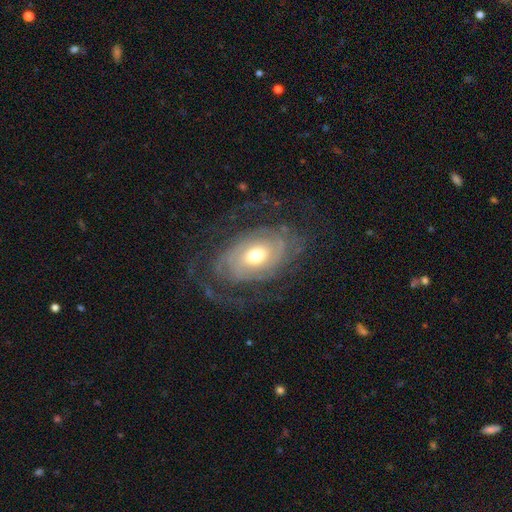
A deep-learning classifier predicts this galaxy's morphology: smooth_or_featured: featured or disk (p=0.83) [alt: smooth p=0.12]
disk_edge_on: no (p=0.95) [alt: yes p=0.05]
bar: no (p=0.70) [alt: weak p=0.23]
has_spiral_arms: yes (p=0.92) [alt: no p=0.08]
spiral_winding: tight (p=0.63) [alt: medium p=0.25]
spiral_arm_count: can't tell (p=0.36) [alt: 2 p=0.32]
bulge_size: moderate (p=0.66) [alt: small p=0.23]
merging: none (p=0.65) [alt: major disturbance p=0.17]